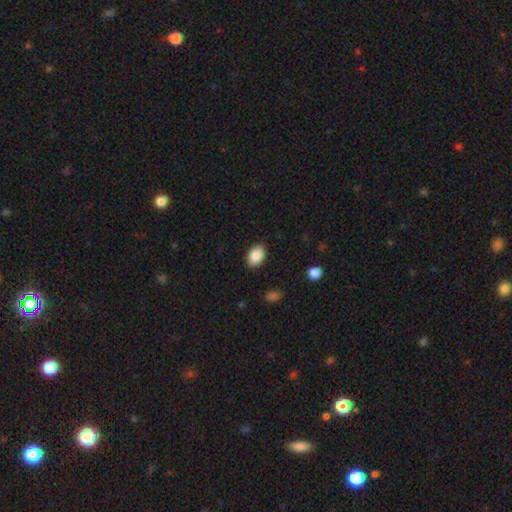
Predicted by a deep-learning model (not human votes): Overall: smooth (88%). How rounded: in between (77%). Merging: none (88%).